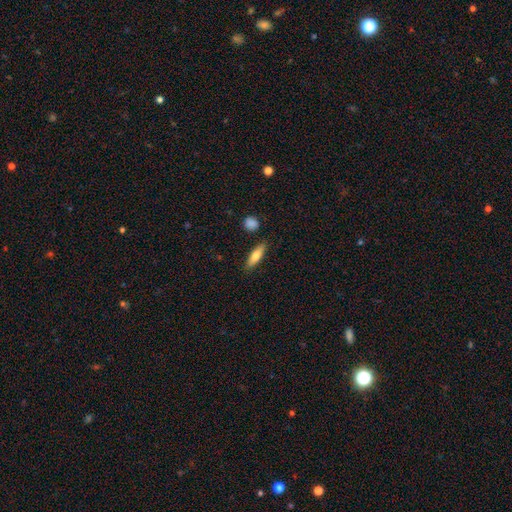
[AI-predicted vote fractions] Morphology: type=smooth (74%); roundness=cigar-shaped (54%); merging=none (85%).